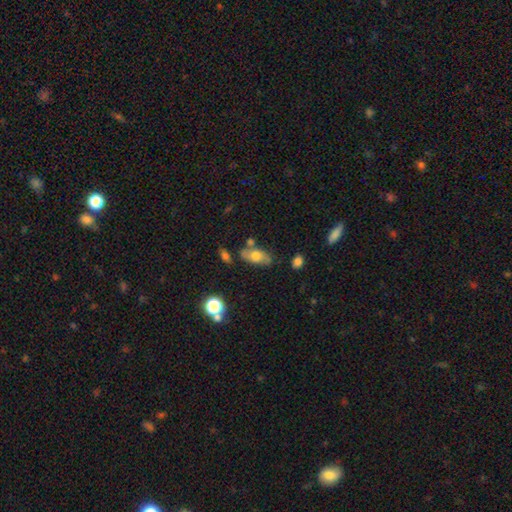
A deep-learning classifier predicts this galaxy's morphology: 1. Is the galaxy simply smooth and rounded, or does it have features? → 61% smooth, 30% featured or disk, 9% star or artifact.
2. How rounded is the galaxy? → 86% in between, 9% cigar-shaped, 6% round.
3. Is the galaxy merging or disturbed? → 63% none, 20% minor disturbance, 11% merger, 6% major disturbance.